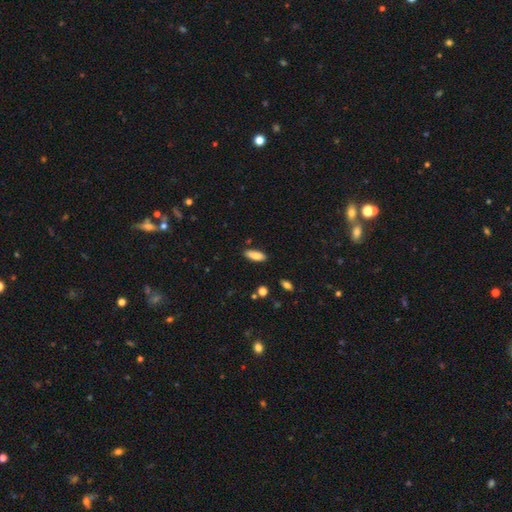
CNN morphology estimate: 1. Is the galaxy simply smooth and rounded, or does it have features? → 86% smooth, 7% featured or disk, 7% star or artifact.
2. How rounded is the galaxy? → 67% in between, 31% cigar-shaped, 2% round.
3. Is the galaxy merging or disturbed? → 84% none, 12% minor disturbance, 2% major disturbance, 2% merger.